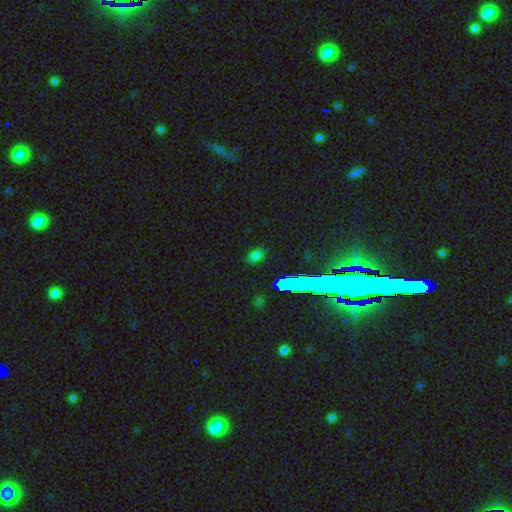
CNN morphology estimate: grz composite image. It shows a smooth galaxy with no disk features (64%) that is in between round and cigar-shaped (80%). Merging: none (84%).